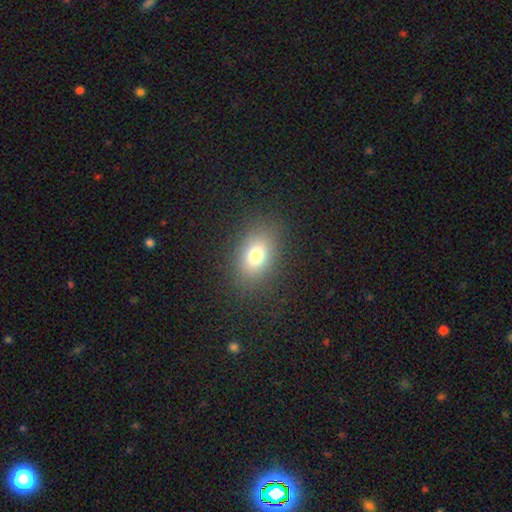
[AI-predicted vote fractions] smooth_or_featured: smooth (p=0.75) [alt: star or artifact p=0.13]
how_rounded: in between (p=0.73) [alt: round p=0.25]
merging: none (p=0.85) [alt: minor disturbance p=0.09]